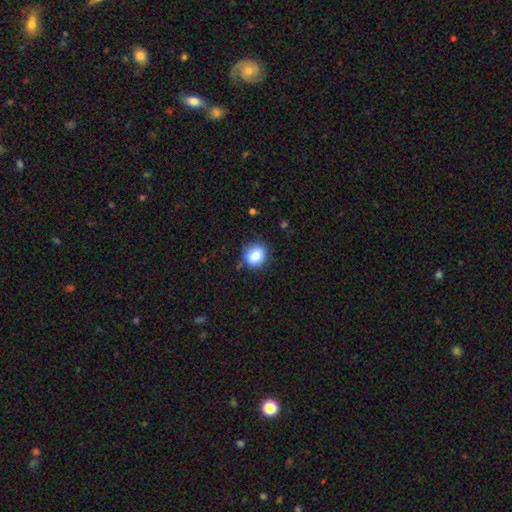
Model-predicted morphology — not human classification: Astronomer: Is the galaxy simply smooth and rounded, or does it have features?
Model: smooth — 83%.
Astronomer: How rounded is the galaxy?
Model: round — 79%.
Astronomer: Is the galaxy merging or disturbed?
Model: none — 80%.